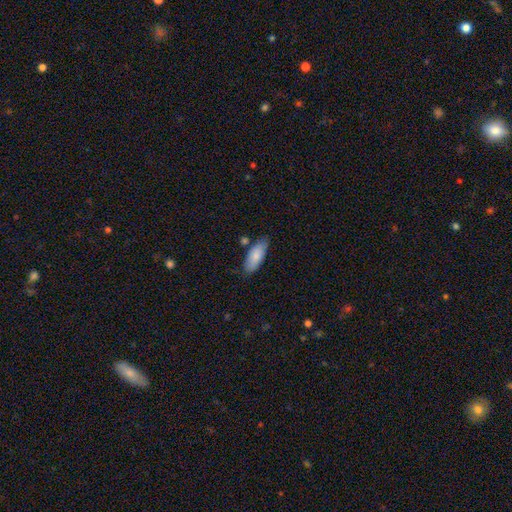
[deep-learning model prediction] The model was most divided on "merging": none: 74%, minor disturbance: 18%, merger: 6%, major disturbance: 3%. More confident: smooth or featured — smooth (82%); how rounded — in between (80%).